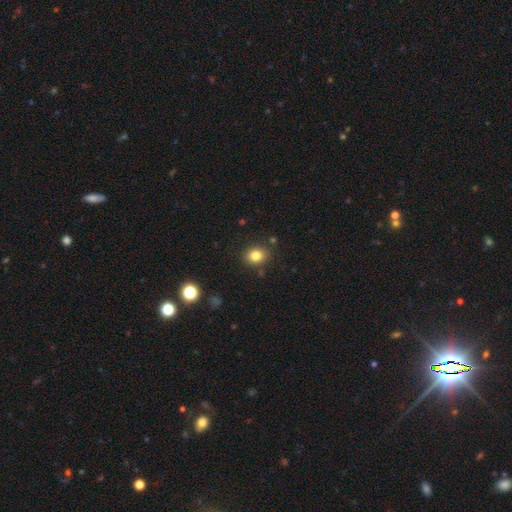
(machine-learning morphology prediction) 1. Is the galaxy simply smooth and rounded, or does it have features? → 81% smooth, 12% star or artifact, 7% featured or disk.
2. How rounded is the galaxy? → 59% round, 40% in between, 1% cigar-shaped.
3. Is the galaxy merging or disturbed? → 85% none, 9% minor disturbance, 3% merger, 3% major disturbance.